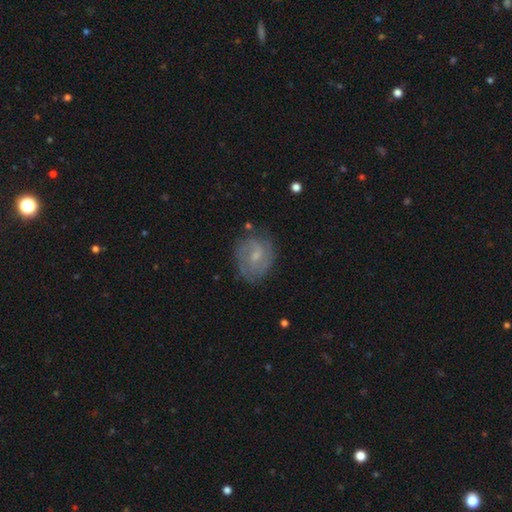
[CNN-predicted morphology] Q: Smooth or featured?
A: featured or disk (67%); runner-up: smooth (25%)
Q: Edge-on disk?
A: no (97%); runner-up: yes (3%)
Q: Bar?
A: weak (50%); runner-up: no (43%)
Q: Spiral arms?
A: yes (86%); runner-up: no (14%)
Q: Spiral winding?
A: tight (45%); runner-up: medium (40%)
Q: Spiral arm count?
A: 2 (56%); runner-up: can't tell (27%)
Q: Bulge size?
A: small (58%); runner-up: moderate (33%)
Q: Merging?
A: none (71%); runner-up: minor disturbance (20%)